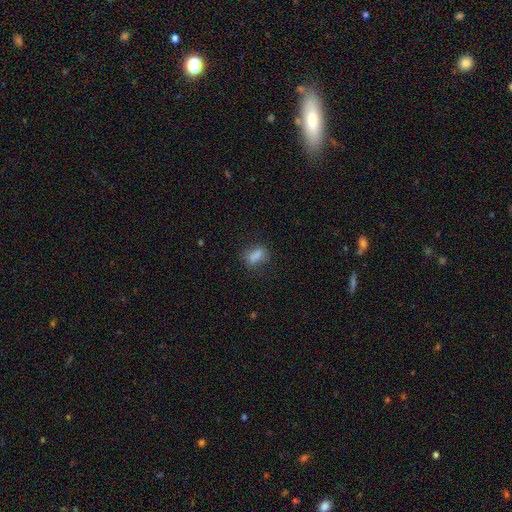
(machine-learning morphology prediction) Smooth or featured: smooth — 77% (featured or disk — 11%)
How rounded: in between — 69% (cigar-shaped — 18%)
Merging: none — 64% (minor disturbance — 21%)